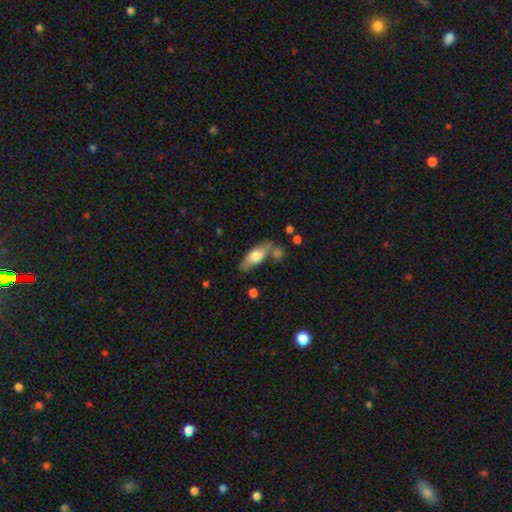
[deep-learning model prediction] This appears to be a smooth galaxy with no disk features (67%) that is in between round and cigar-shaped (75%). Merging: none (57%).